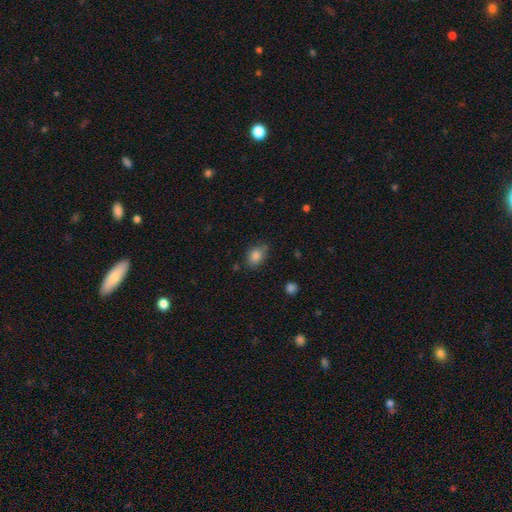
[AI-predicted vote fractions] Smooth or featured?
  - smooth: 84% *
  - star or artifact: 9%
  - featured or disk: 6%
How rounded?
  - in between: 67% *
  - round: 32%
  - cigar-shaped: 1%
Merging?
  - none: 67% *
  - minor disturbance: 24%
  - major disturbance: 5%
  - merger: 4%